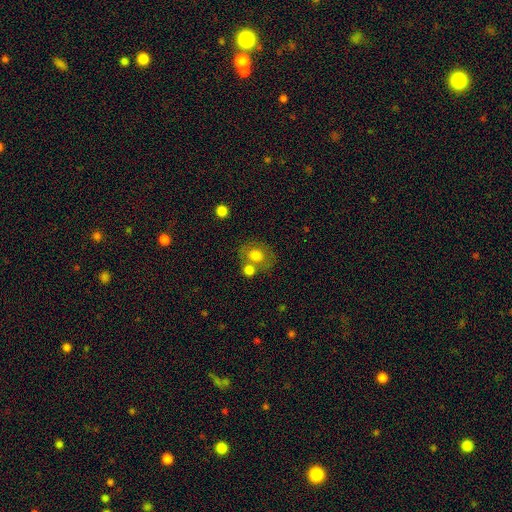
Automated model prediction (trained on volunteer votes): Smooth or featured: smooth — 71% (featured or disk — 20%)
How rounded: round — 57% (in between — 42%)
Merging: none — 51% (merger — 31%)